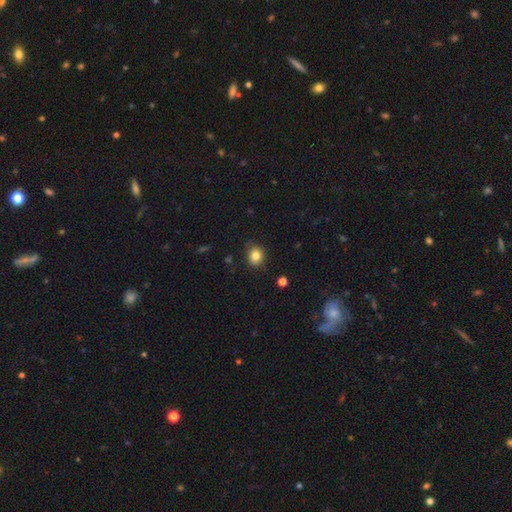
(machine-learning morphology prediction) Smooth or featured?
  - smooth: 83% *
  - star or artifact: 11%
  - featured or disk: 7%
How rounded?
  - round: 69% *
  - in between: 30%
  - cigar-shaped: 1%
Merging?
  - none: 84% *
  - minor disturbance: 12%
  - major disturbance: 2%
  - merger: 1%